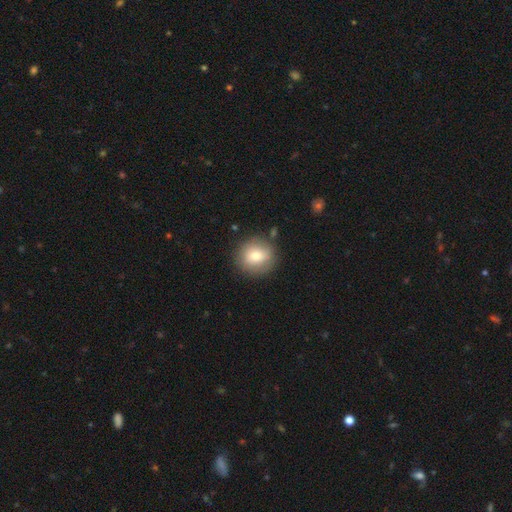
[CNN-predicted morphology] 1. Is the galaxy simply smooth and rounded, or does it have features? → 73% smooth, 18% featured or disk, 9% star or artifact.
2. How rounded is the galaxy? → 89% round, 9% in between, 1% cigar-shaped.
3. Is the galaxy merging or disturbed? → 84% none, 10% minor disturbance, 3% major disturbance, 2% merger.